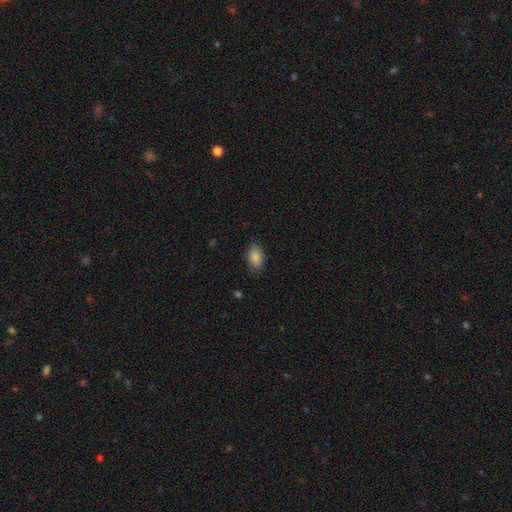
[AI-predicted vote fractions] smooth-or-featured: smooth: 87% | star or artifact: 8% | featured or disk: 5%
  how-rounded: in between: 91% | round: 8% | cigar-shaped: 2%
  merging: none: 87% | minor disturbance: 10% | major disturbance: 2% | merger: 1%